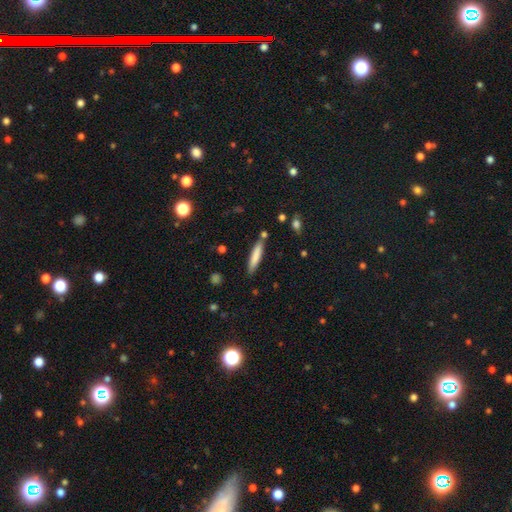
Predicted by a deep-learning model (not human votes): Smooth or featured: smooth — 78% (featured or disk — 16%)
How rounded: cigar-shaped — 89% (in between — 10%)
Merging: none — 82% (minor disturbance — 11%)